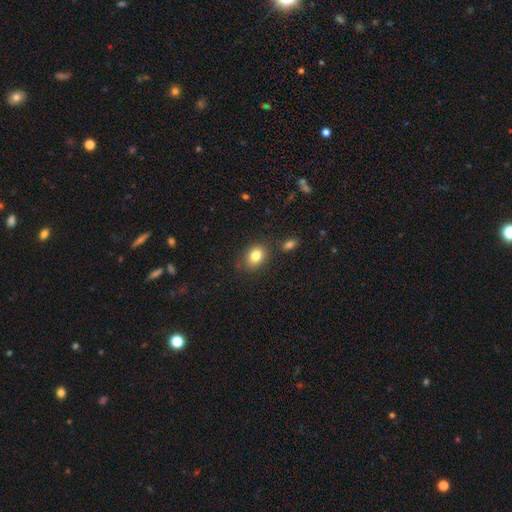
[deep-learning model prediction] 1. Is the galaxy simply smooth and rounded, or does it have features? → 83% smooth, 10% star or artifact, 8% featured or disk.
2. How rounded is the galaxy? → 63% in between, 36% round, 1% cigar-shaped.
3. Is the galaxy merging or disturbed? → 79% none, 13% minor disturbance, 4% merger, 3% major disturbance.